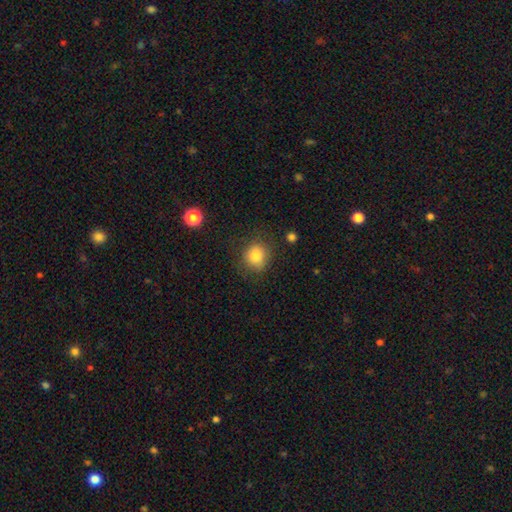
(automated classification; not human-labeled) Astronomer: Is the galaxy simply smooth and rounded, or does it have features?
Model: smooth — 81%.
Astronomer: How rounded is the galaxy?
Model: round — 80%.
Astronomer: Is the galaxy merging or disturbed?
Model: none — 78%.